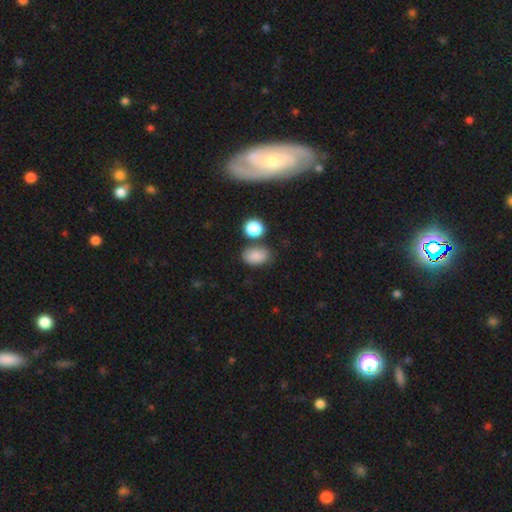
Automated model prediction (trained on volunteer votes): smooth-or-featured: smooth: 83% | star or artifact: 10% | featured or disk: 7%
  how-rounded: in between: 85% | round: 14% | cigar-shaped: 1%
  merging: none: 69% | minor disturbance: 16% | merger: 11% | major disturbance: 5%